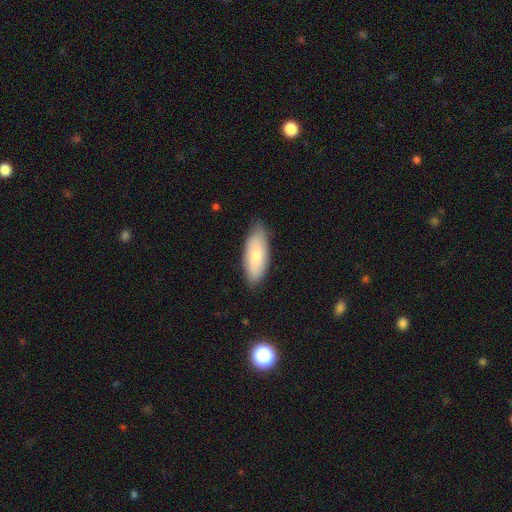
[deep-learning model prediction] Smooth or featured? smooth (74%)
How rounded? in between (79%)
Merging? none (82%)